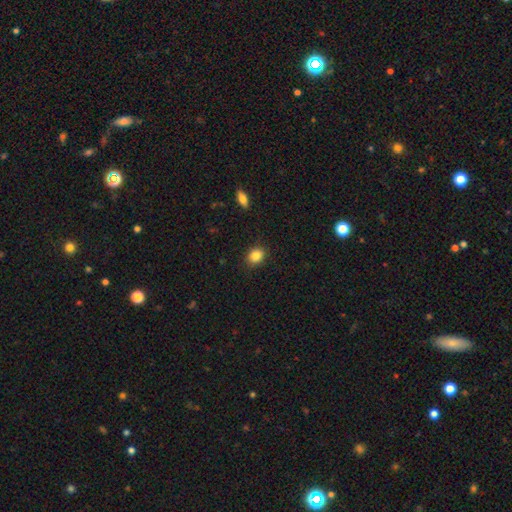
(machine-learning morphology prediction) This is clearly a smooth galaxy (86%). How rounded: possibly round (53%). Merging: clearly none (87%).